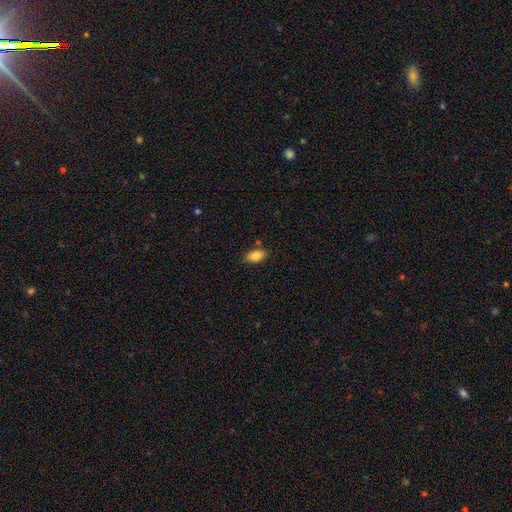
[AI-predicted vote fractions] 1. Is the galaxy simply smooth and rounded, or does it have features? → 86% smooth, 8% star or artifact, 7% featured or disk.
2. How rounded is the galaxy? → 92% in between, 5% round, 3% cigar-shaped.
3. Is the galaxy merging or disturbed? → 80% none, 13% minor disturbance, 5% merger, 3% major disturbance.